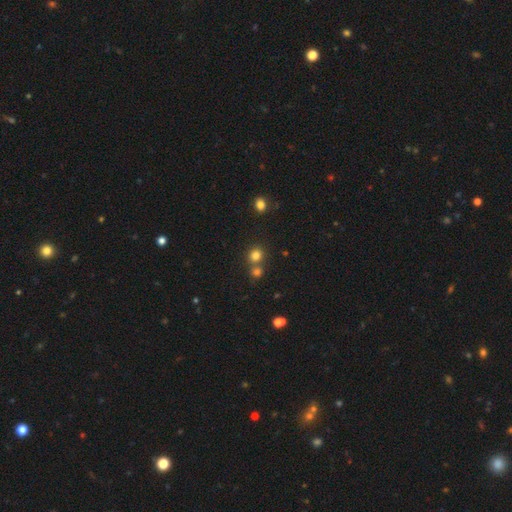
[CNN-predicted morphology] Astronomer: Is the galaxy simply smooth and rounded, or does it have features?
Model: smooth — 78%.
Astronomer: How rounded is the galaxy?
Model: round — 87%.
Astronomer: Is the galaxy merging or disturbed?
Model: none — 64%.